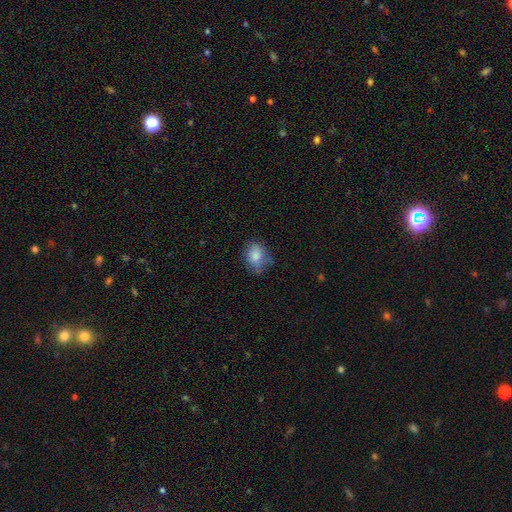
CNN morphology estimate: Smooth or featured? smooth (80%)
How rounded? in between (62%)
Merging? none (60%)